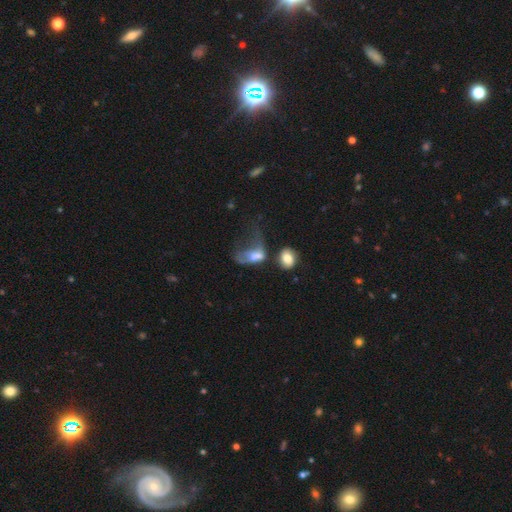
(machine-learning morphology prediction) smooth 53%, featured or disk 35%, star or artifact 12%. Down the decision tree: how rounded — in between (74%); merging — major disturbance (51%).